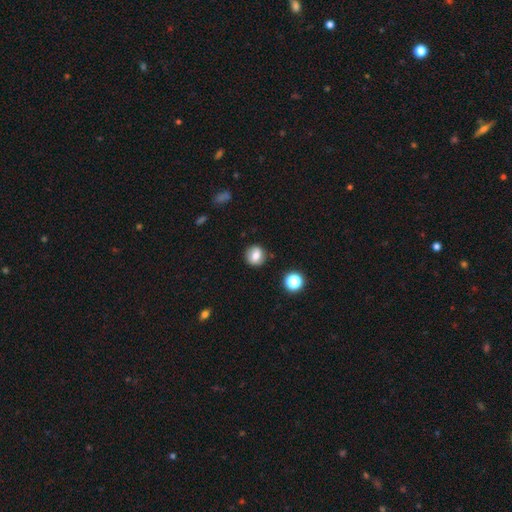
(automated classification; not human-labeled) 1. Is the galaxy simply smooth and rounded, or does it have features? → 75% smooth, 14% featured or disk, 11% star or artifact.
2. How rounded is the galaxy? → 87% round, 12% in between, 1% cigar-shaped.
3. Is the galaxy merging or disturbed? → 87% none, 9% minor disturbance, 2% major disturbance, 2% merger.